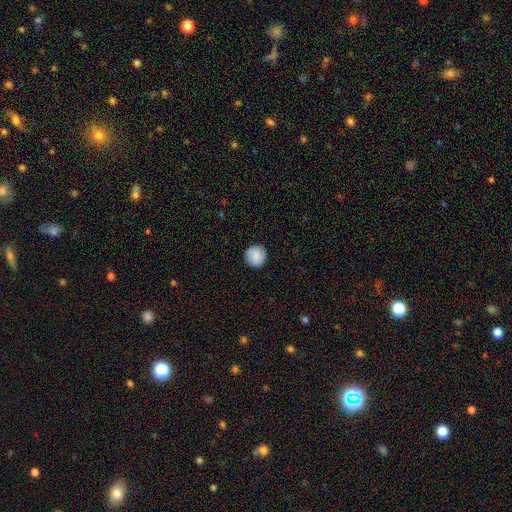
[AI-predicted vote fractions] Q: Smooth or featured?
A: smooth (85%); runner-up: featured or disk (8%)
Q: How rounded?
A: round (94%); runner-up: in between (5%)
Q: Merging?
A: none (90%); runner-up: minor disturbance (7%)